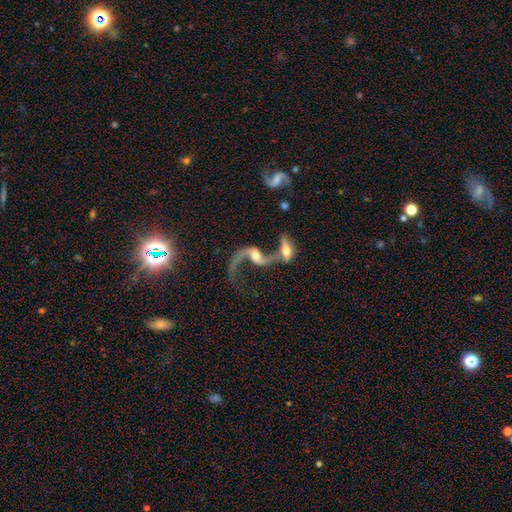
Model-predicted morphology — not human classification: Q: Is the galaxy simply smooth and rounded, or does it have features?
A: featured or disk — 83%.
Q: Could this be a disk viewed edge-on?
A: no — 93%.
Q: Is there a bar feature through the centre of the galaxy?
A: no — 51%.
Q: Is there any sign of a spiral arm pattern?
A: yes — 89%.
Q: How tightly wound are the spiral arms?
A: loose — 90%.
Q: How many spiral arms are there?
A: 2 — 78%.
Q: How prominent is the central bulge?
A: moderate — 59%.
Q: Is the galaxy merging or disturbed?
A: merger — 60%.